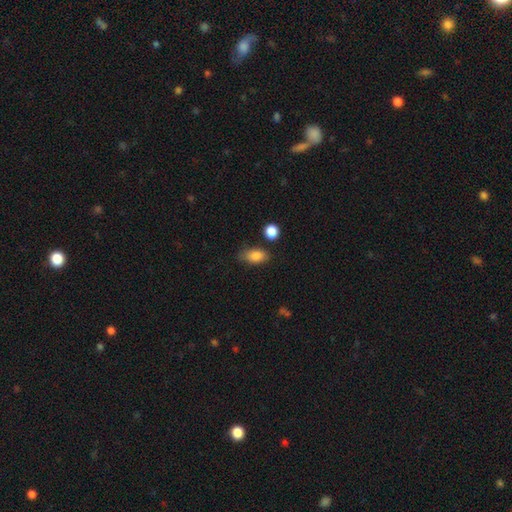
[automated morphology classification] Smooth or featured: smooth — 85% (star or artifact — 8%)
How rounded: in between — 87% (round — 9%)
Merging: none — 70% (minor disturbance — 21%)